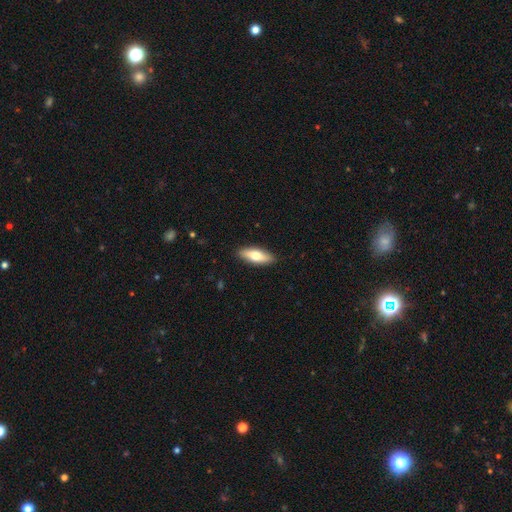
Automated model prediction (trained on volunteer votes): This is likely a smooth galaxy (66%). How rounded: likely in between (61%). Merging: clearly none (89%).